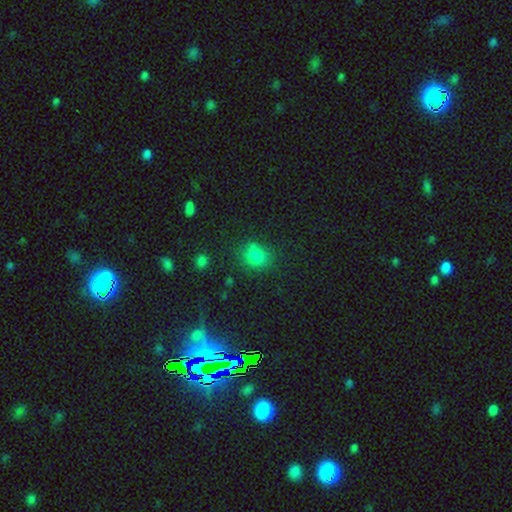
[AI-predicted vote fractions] Smooth or featured?
  - smooth: 76% *
  - star or artifact: 17%
  - featured or disk: 7%
How rounded?
  - round: 70% *
  - in between: 29%
  - cigar-shaped: 1%
Merging?
  - none: 67% *
  - minor disturbance: 18%
  - major disturbance: 8%
  - merger: 7%